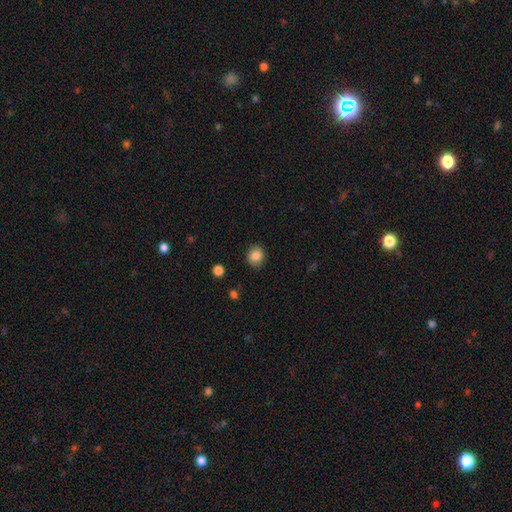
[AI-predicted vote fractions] A smooth galaxy with no disk features (85%) that is round (73%).

Vote fractions:
- Smooth or featured? smooth: 85% / star or artifact: 10% / featured or disk: 6%
- How rounded? round: 73% / in between: 26% / cigar-shaped: 1%
- Merging? none: 87% / minor disturbance: 9% / major disturbance: 2% / merger: 1%